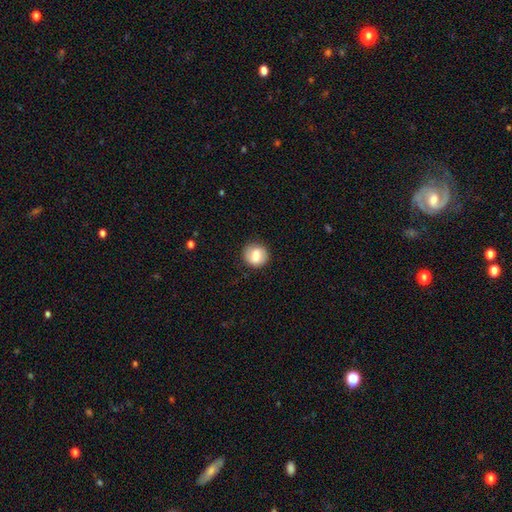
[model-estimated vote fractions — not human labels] Q: Smooth or featured?
A: smooth (63%); runner-up: featured or disk (29%)
Q: How rounded?
A: round (84%); runner-up: in between (15%)
Q: Merging?
A: none (85%); runner-up: minor disturbance (10%)